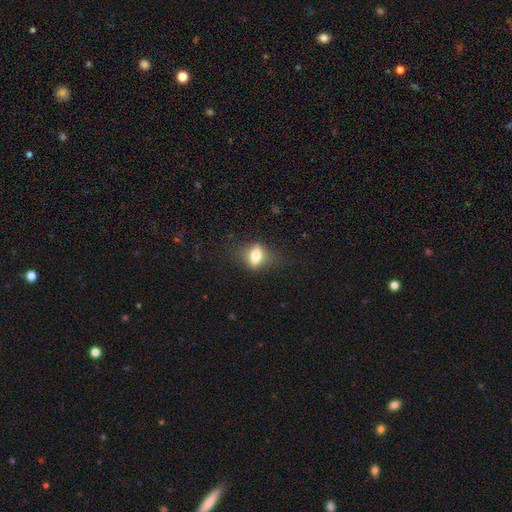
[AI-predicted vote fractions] This appears to be a smooth galaxy with no disk features (55%) that is in between round and cigar-shaped (65%). Merging: none (74%).